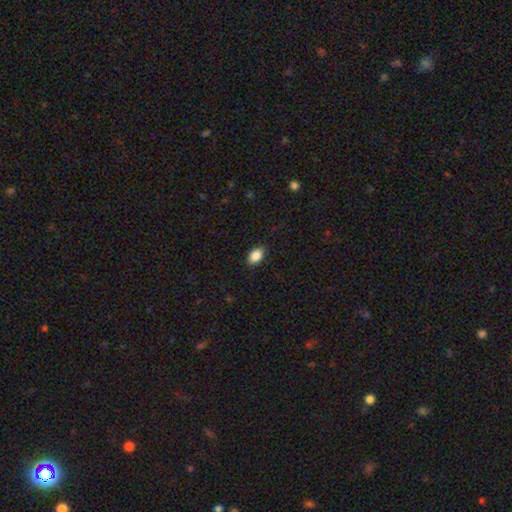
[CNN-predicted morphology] Overall: smooth (87%). How rounded: in between (87%). Merging: none (86%).